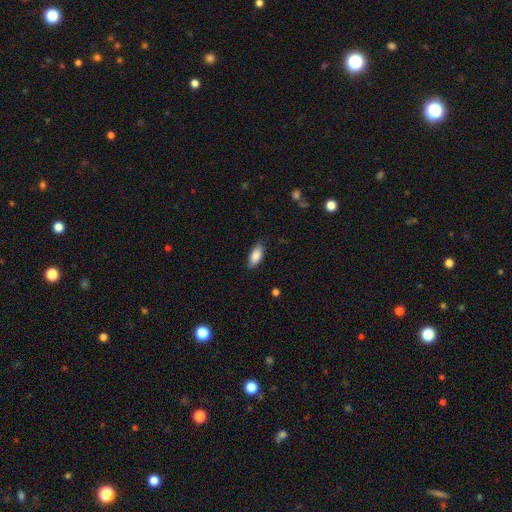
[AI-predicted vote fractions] smooth-or-featured: smooth: 84% | featured or disk: 10% | star or artifact: 6%
  how-rounded: in between: 83% | cigar-shaped: 15% | round: 2%
  merging: none: 82% | minor disturbance: 14% | major disturbance: 2% | merger: 1%